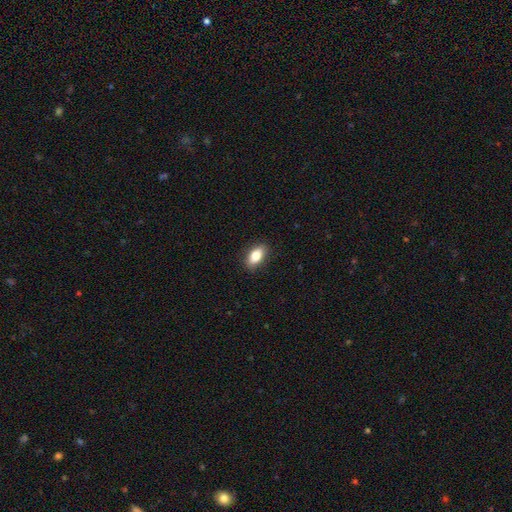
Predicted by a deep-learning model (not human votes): The model was most divided on "smooth or featured": smooth: 81%, featured or disk: 11%, star or artifact: 8%. More confident: how rounded — in between (89%); merging — none (88%).